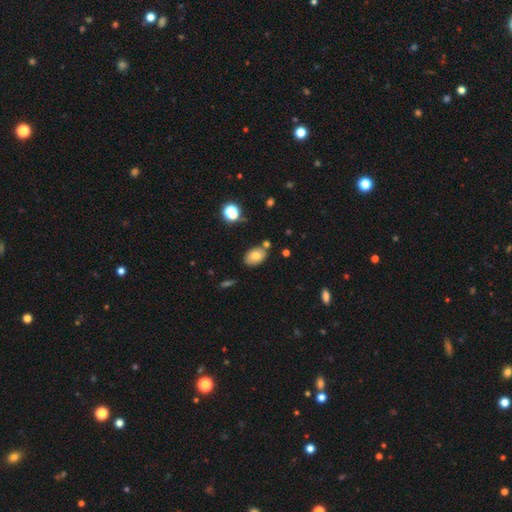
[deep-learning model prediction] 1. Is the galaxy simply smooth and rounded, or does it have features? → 76% smooth, 14% featured or disk, 10% star or artifact.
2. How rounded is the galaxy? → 85% in between, 13% round, 1% cigar-shaped.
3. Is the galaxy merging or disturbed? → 74% none, 15% minor disturbance, 9% merger, 3% major disturbance.